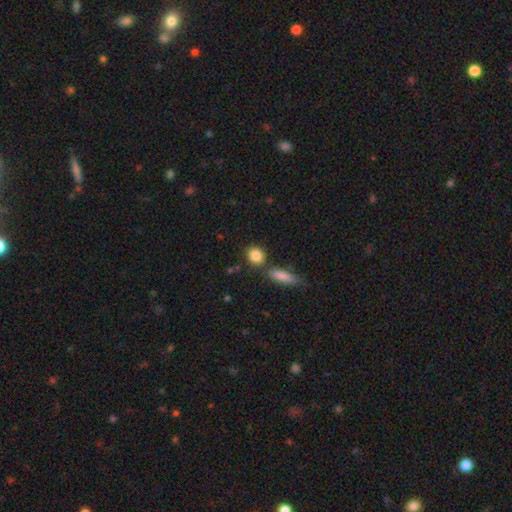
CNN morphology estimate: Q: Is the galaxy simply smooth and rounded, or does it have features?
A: smooth — 86%.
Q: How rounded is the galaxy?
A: round — 62%.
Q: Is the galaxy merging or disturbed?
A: none — 73%.